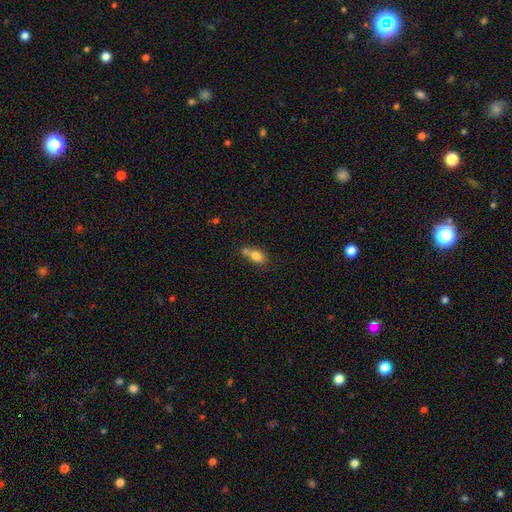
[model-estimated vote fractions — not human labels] Smooth or featured? smooth (77%)
How rounded? in between (77%)
Merging? none (38%)